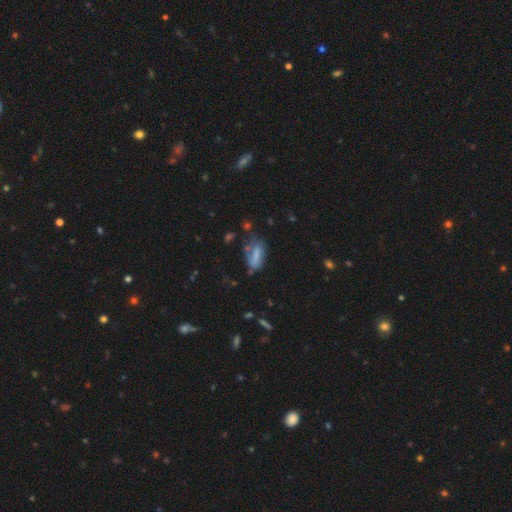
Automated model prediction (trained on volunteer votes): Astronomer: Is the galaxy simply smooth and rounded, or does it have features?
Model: smooth — 68%.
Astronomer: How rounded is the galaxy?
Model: in between — 73%.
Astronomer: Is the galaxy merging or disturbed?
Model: none — 39% (runner-up: minor disturbance, 30%).